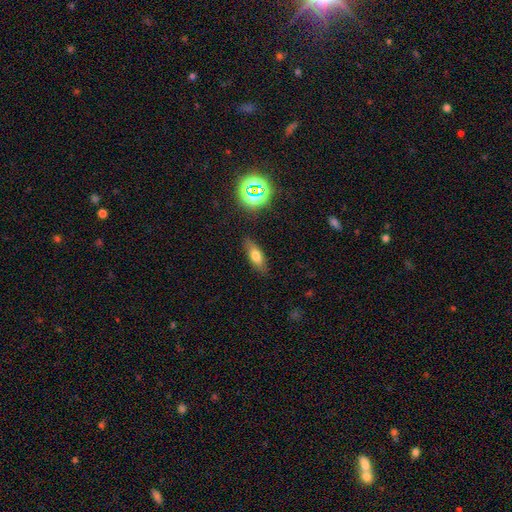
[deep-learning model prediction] smooth 65%, featured or disk 21%, star or artifact 14%. Down the decision tree: how rounded — in between (65%); merging — none (82%).